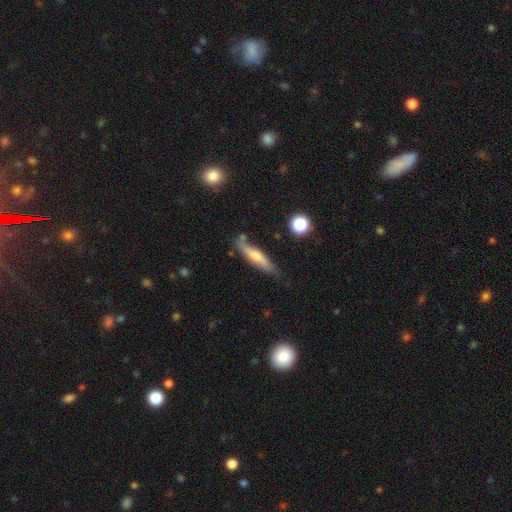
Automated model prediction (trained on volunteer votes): Smooth or featured? Predicted: smooth (p=0.50). How rounded? Predicted: cigar-shaped (p=0.82). Merging? Predicted: none (p=0.67).